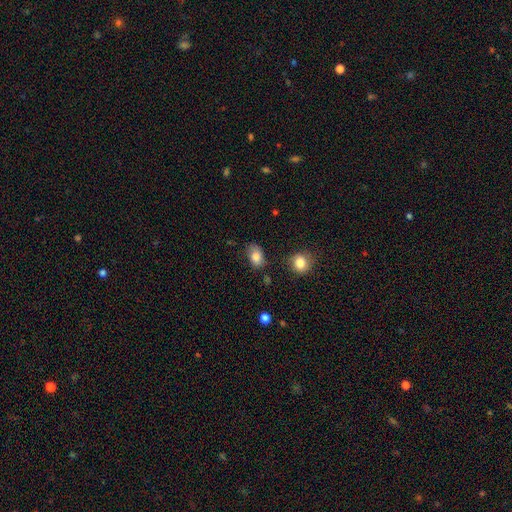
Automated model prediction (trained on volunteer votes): Q: Smooth or featured?
A: smooth (82%); runner-up: featured or disk (9%)
Q: How rounded?
A: in between (78%); runner-up: round (21%)
Q: Merging?
A: none (71%); runner-up: minor disturbance (21%)